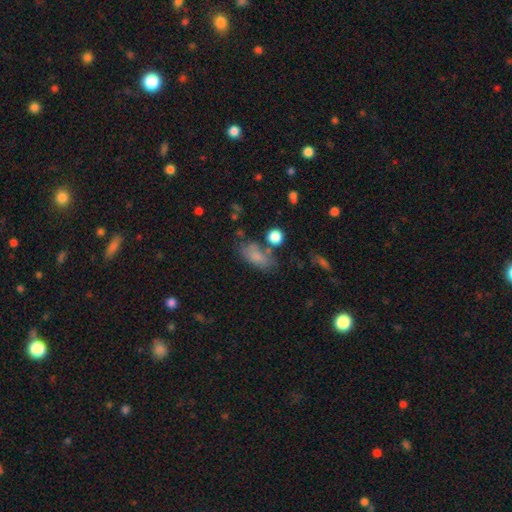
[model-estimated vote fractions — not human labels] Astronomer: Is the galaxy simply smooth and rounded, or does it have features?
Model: smooth — 79%.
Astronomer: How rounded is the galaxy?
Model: in between — 85%.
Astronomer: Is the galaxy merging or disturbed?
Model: none — 58%.